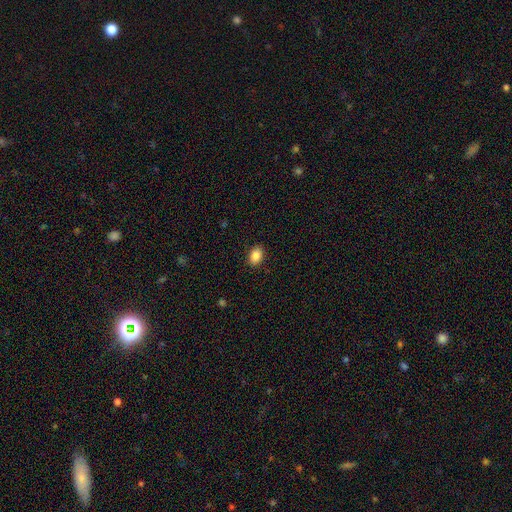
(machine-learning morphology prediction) smooth 87%, star or artifact 8%, featured or disk 5%. Down the decision tree: how rounded — in between (79%); merging — none (90%).